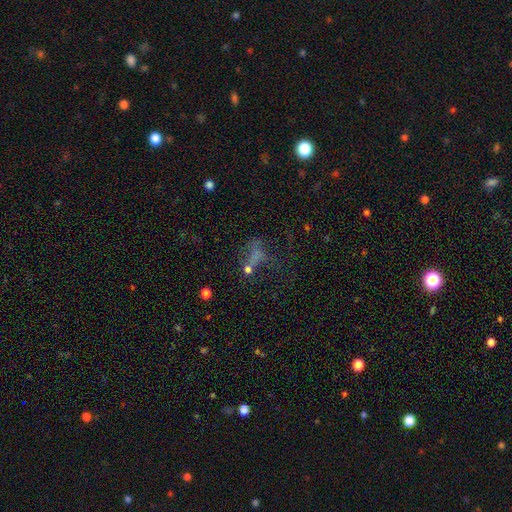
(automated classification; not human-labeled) smooth-or-featured: smooth: 39% | star or artifact: 31% | featured or disk: 31%
  merging: major disturbance: 40% | none: 32% | minor disturbance: 14% | merger: 14%